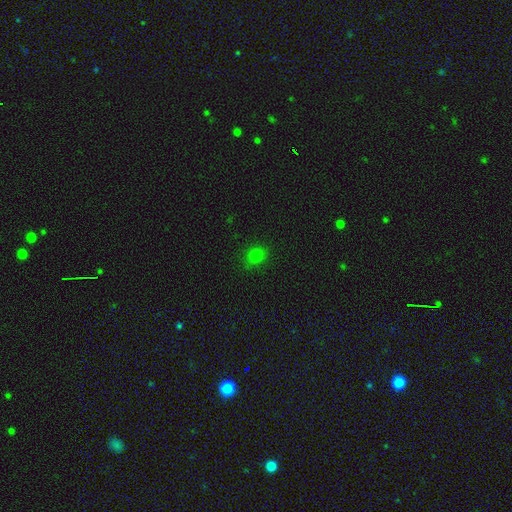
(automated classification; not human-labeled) Q: Smooth or featured?
A: smooth (77%); runner-up: star or artifact (18%)
Q: How rounded?
A: round (73%); runner-up: in between (26%)
Q: Merging?
A: none (87%); runner-up: minor disturbance (10%)